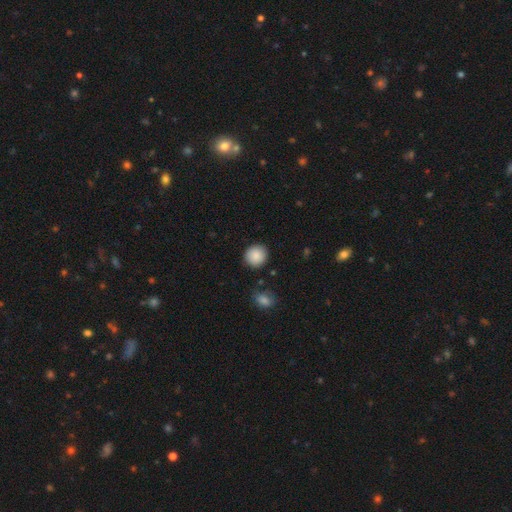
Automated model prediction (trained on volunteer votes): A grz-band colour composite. It shows a smooth galaxy with no disk features (88%) that is round (91%). Merging: none (88%).